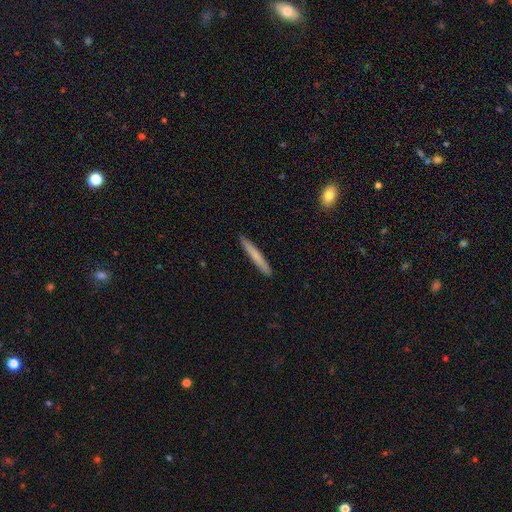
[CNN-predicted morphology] smooth_or_featured: smooth (p=0.70) [alt: featured or disk p=0.24]
how_rounded: cigar-shaped (p=0.96) [alt: in between p=0.03]
merging: none (p=0.92) [alt: minor disturbance p=0.06]